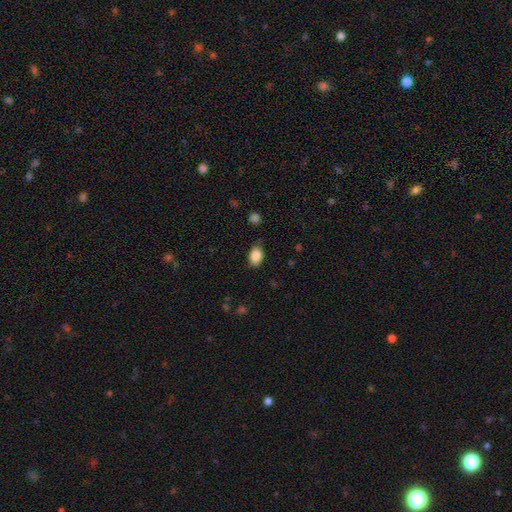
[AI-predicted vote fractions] A smooth galaxy with no disk features (86%) that is in between round and cigar-shaped (85%). Merging: none (78%).